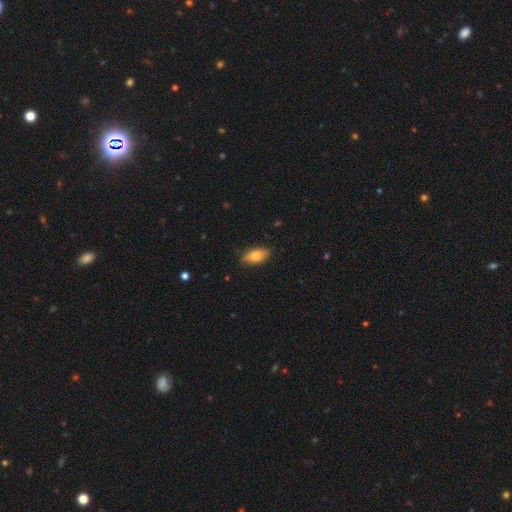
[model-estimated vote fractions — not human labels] A smooth galaxy with no disk features (81%) that is in between round and cigar-shaped (89%).

Vote fractions:
- Smooth or featured? smooth: 81% / featured or disk: 13% / star or artifact: 7%
- How rounded? in between: 89% / cigar-shaped: 7% / round: 4%
- Merging? none: 84% / minor disturbance: 13% / major disturbance: 2% / merger: 1%